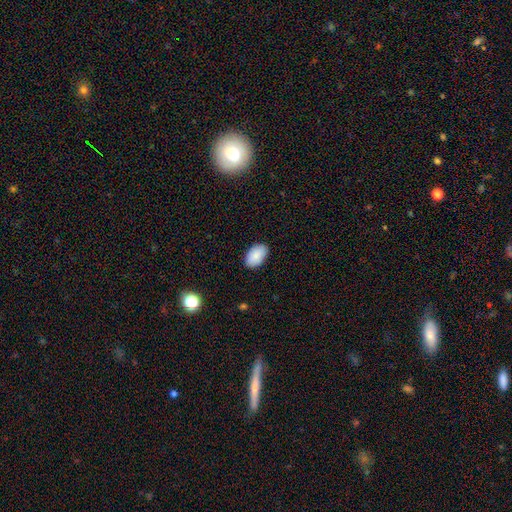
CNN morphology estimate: The model was most divided on "merging": none: 86%, minor disturbance: 11%, major disturbance: 2%, merger: 1%. More confident: how rounded — in between (93%); smooth or featured — smooth (88%).